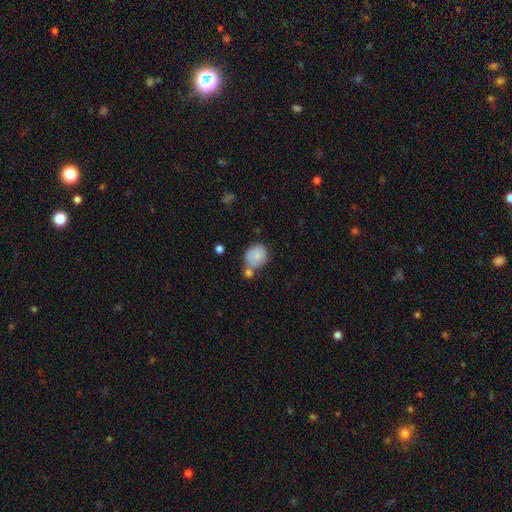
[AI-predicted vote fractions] Q: Smooth or featured?
A: smooth (82%); runner-up: featured or disk (11%)
Q: How rounded?
A: round (67%); runner-up: in between (32%)
Q: Merging?
A: none (46%); runner-up: merger (30%)